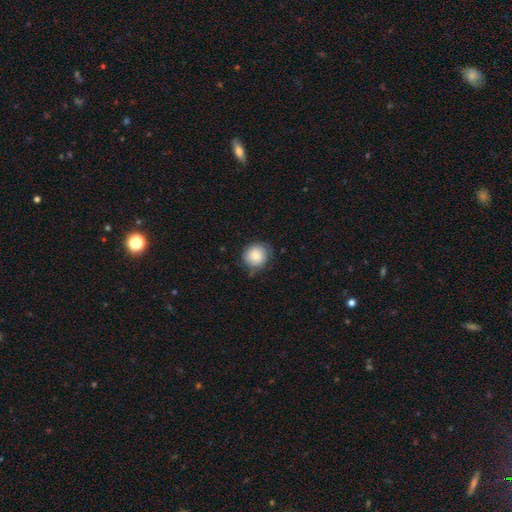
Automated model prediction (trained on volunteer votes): This is likely a smooth galaxy (80%). How rounded: clearly round (88%). Merging: likely none (70%).